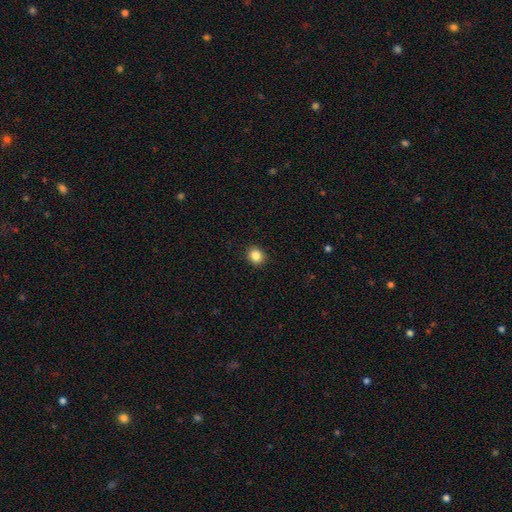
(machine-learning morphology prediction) smooth 86%, star or artifact 10%, featured or disk 4%. Down the decision tree: how rounded — round (73%); merging — none (91%).